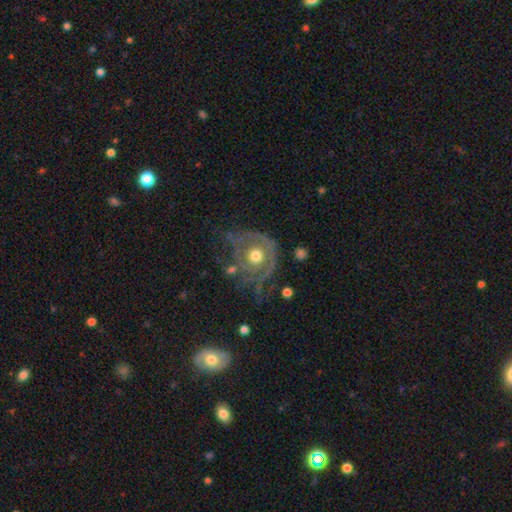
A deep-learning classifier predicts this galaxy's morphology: Q: Smooth or featured?
A: featured or disk (74%); runner-up: smooth (19%)
Q: Edge-on disk?
A: no (96%); runner-up: yes (4%)
Q: Bar?
A: no (89%); runner-up: weak (9%)
Q: Spiral arms?
A: yes (70%); runner-up: no (30%)
Q: Spiral winding?
A: tight (63%); runner-up: medium (24%)
Q: Spiral arm count?
A: can't tell (37%); runner-up: 2 (21%)
Q: Bulge size?
A: moderate (72%); runner-up: large (16%)
Q: Merging?
A: none (50%); runner-up: major disturbance (24%)